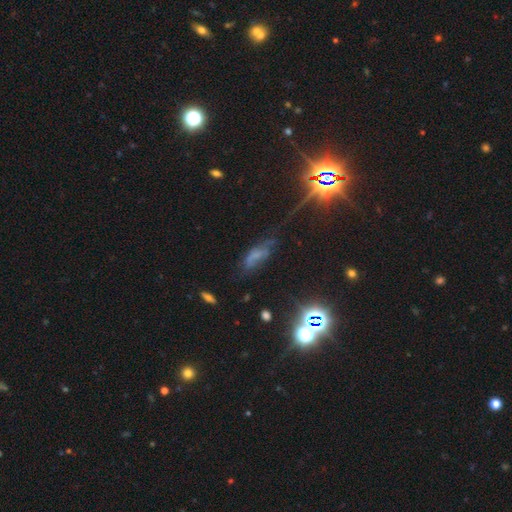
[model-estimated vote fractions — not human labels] smooth-or-featured: smooth: 39% | star or artifact: 32% | featured or disk: 29%
  merging: none: 44% | minor disturbance: 28% | major disturbance: 22% | merger: 5%